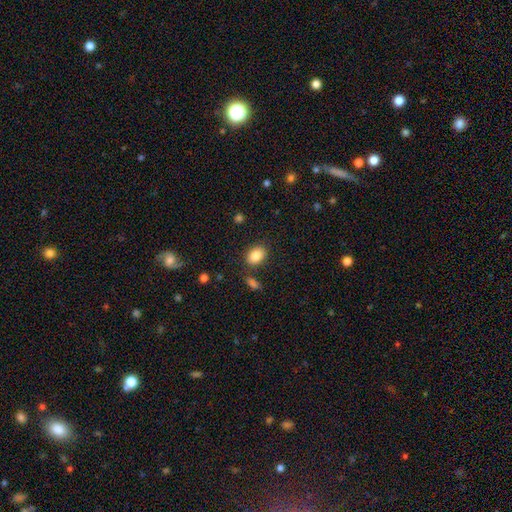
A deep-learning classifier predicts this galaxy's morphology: Smooth or featured? smooth (87%)
How rounded? in between (76%)
Merging? none (81%)